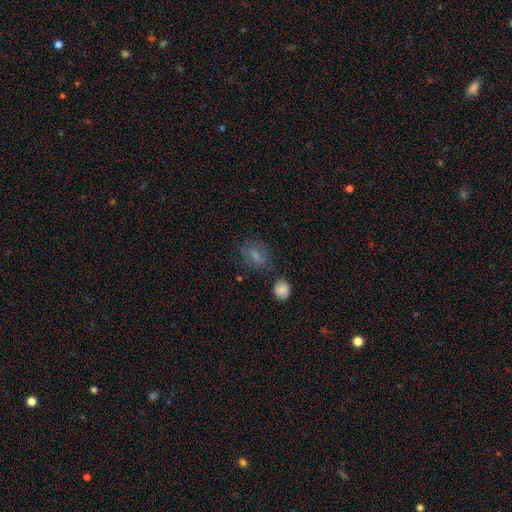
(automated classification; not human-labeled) This appears to be a smooth galaxy with no disk features (68%) that is in between round and cigar-shaped (61%). Merging: none (66%).